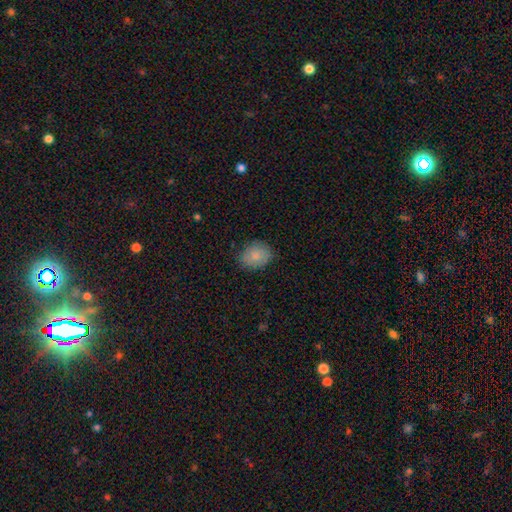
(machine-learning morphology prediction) This appears to be a smooth galaxy with no disk features (84%) that is in between round and cigar-shaped (51%). Merging: none (81%).